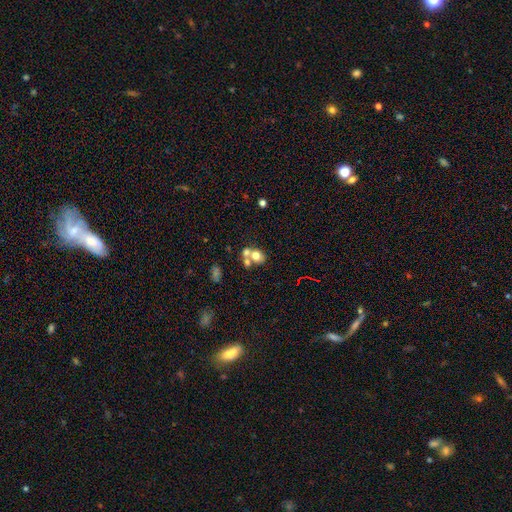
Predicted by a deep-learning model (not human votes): Smooth or featured?
  - smooth: 66% *
  - featured or disk: 21%
  - star or artifact: 13%
How rounded?
  - round: 62% *
  - in between: 37%
  - cigar-shaped: 1%
Merging?
  - merger: 54% *
  - none: 34%
  - minor disturbance: 8%
  - major disturbance: 4%